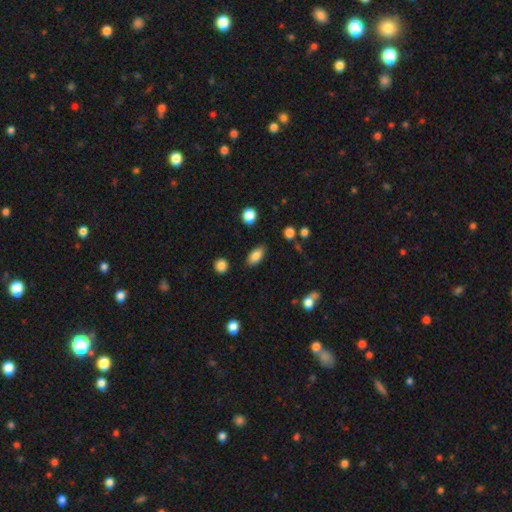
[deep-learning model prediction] Smooth or featured: smooth — 83% (featured or disk — 9%)
How rounded: in between — 88% (cigar-shaped — 6%)
Merging: none — 83% (minor disturbance — 11%)